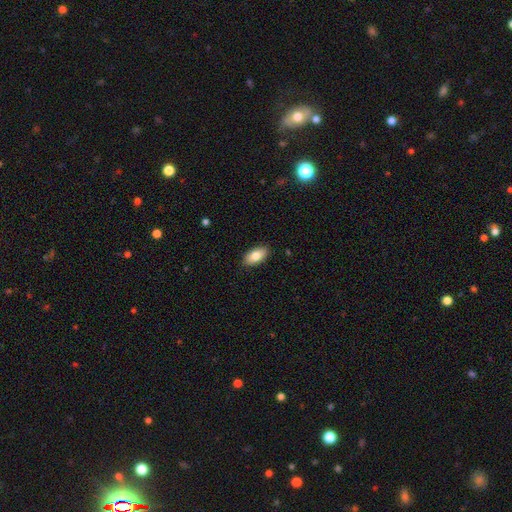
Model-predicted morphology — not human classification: Smooth or featured: smooth — 81% (featured or disk — 12%)
How rounded: in between — 93% (cigar-shaped — 4%)
Merging: none — 88% (minor disturbance — 9%)